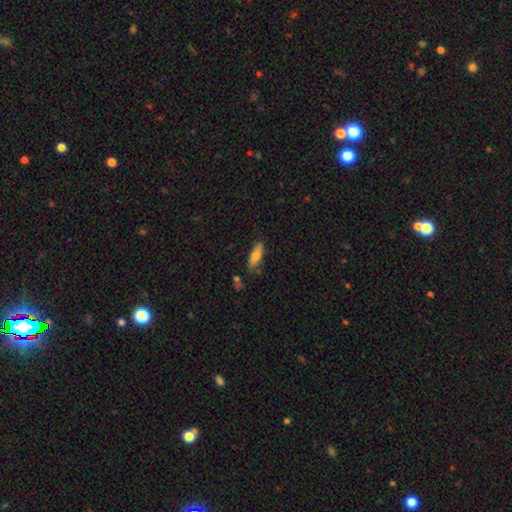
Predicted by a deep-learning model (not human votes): This appears to be a smooth galaxy with no disk features (76%) that is in between round and cigar-shaped (62%). Merging: none (73%).